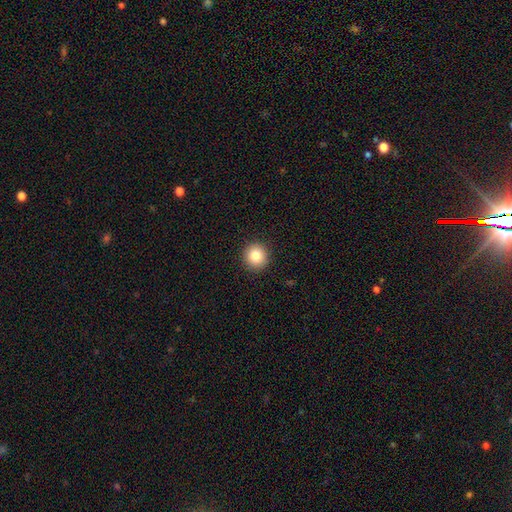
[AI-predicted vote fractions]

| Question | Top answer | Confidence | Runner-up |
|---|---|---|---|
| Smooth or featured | smooth | 84% | star or artifact (10%) |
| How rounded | round | 94% | in between (5%) |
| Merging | none | 93% | minor disturbance (5%) |